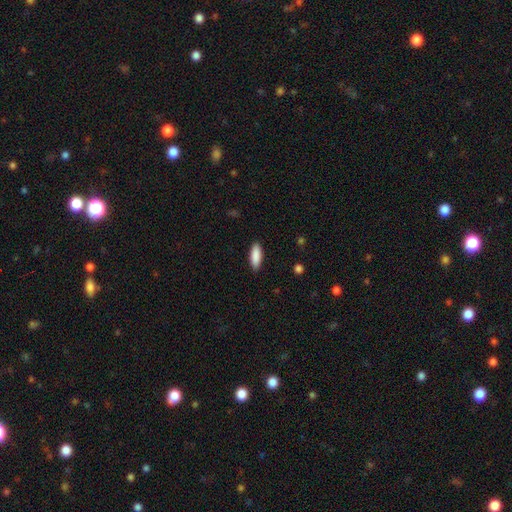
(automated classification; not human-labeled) smooth_or_featured: smooth (p=0.89) [alt: star or artifact p=0.06]
how_rounded: in between (p=0.69) [alt: cigar-shaped p=0.29]
merging: none (p=0.89) [alt: minor disturbance p=0.09]